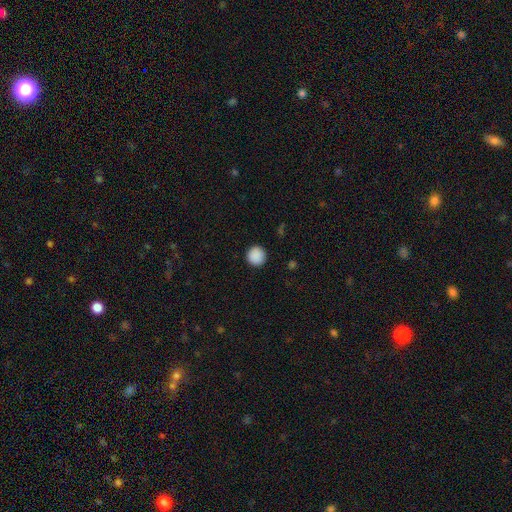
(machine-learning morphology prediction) This is clearly a smooth galaxy (89%). How rounded: clearly round (95%). Merging: clearly none (92%).